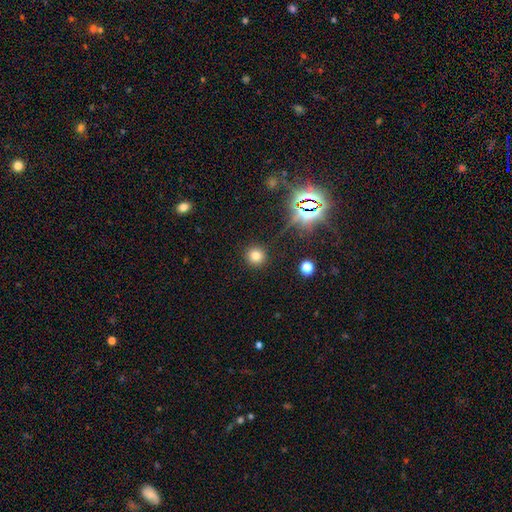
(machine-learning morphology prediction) smooth_or_featured: smooth (p=0.75) [alt: star or artifact p=0.18]
how_rounded: round (p=0.93) [alt: in between p=0.06]
merging: none (p=0.89) [alt: minor disturbance p=0.06]